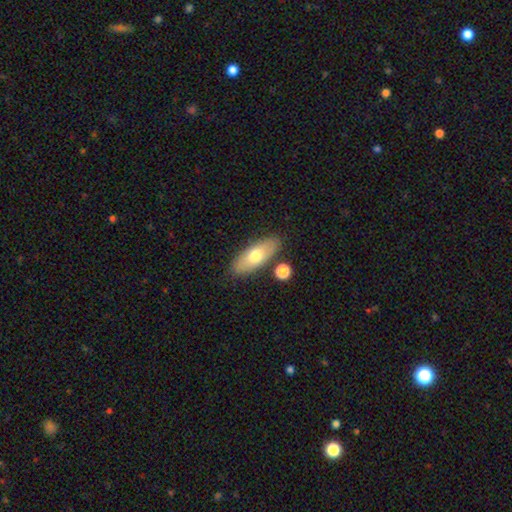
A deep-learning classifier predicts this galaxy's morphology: Q: Smooth or featured?
A: smooth (67%); runner-up: featured or disk (26%)
Q: How rounded?
A: in between (77%); runner-up: cigar-shaped (20%)
Q: Merging?
A: none (82%); runner-up: minor disturbance (11%)